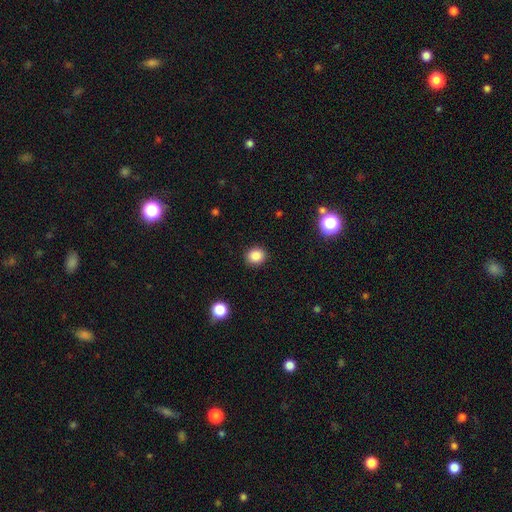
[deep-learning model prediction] Overall: smooth (86%). How rounded: round (78%). Merging: none (91%).